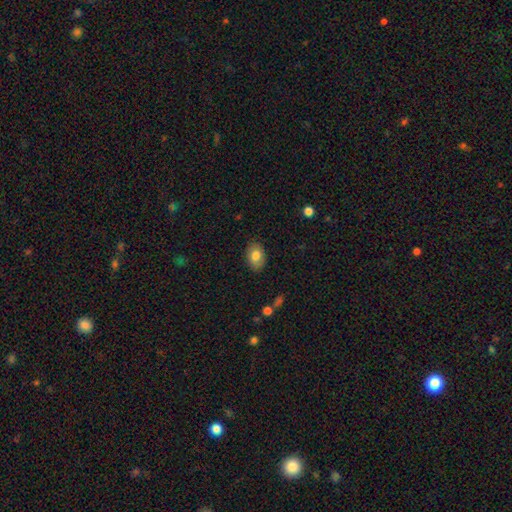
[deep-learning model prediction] smooth-or-featured: smooth: 81% | featured or disk: 12% | star or artifact: 7%
  how-rounded: in between: 82% | round: 17% | cigar-shaped: 1%
  merging: none: 86% | minor disturbance: 10% | major disturbance: 2% | merger: 1%